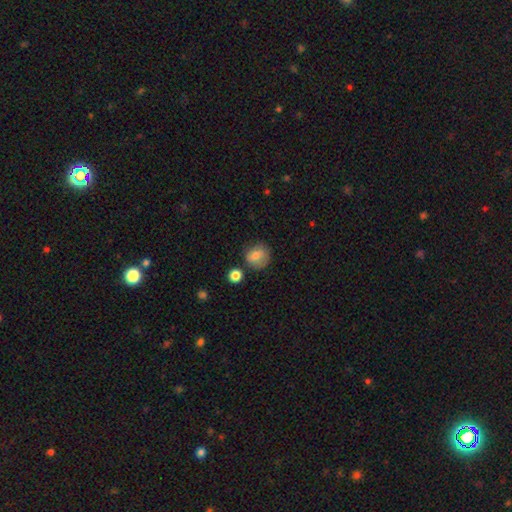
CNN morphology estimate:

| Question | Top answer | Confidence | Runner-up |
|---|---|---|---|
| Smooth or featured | smooth | 77% | featured or disk (14%) |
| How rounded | round | 83% | in between (16%) |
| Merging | none | 71% | minor disturbance (18%) |